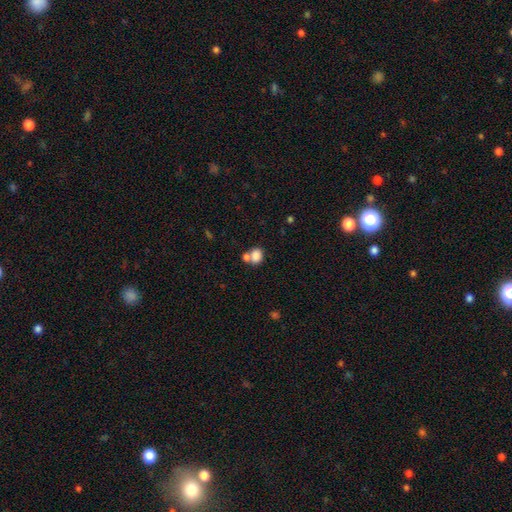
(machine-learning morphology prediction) Smooth or featured?
  - smooth: 82% *
  - star or artifact: 10%
  - featured or disk: 9%
How rounded?
  - in between: 52% *
  - round: 47%
  - cigar-shaped: 1%
Merging?
  - none: 43% * (tied)
  - merger: 43% * (tied)
  - minor disturbance: 10%
  - major disturbance: 4%